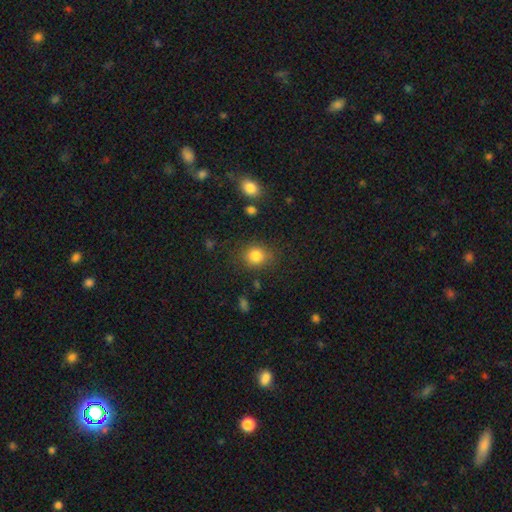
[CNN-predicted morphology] This is clearly a smooth galaxy (83%). How rounded: likely round (75%). Merging: clearly none (81%).